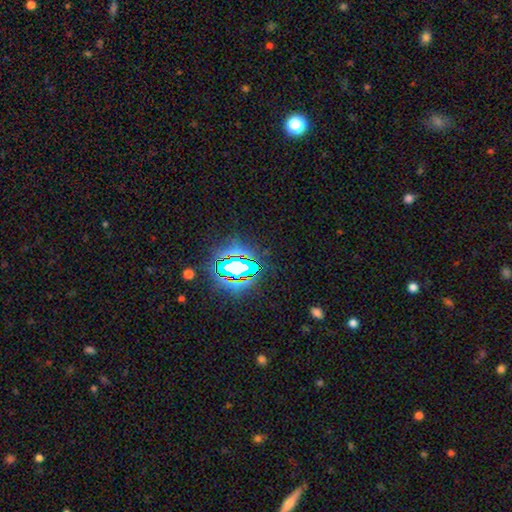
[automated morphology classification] A star or artifact, not a galaxy (81%).

Vote fractions:
- Smooth or featured? star or artifact: 81% / smooth: 11% / featured or disk: 8%